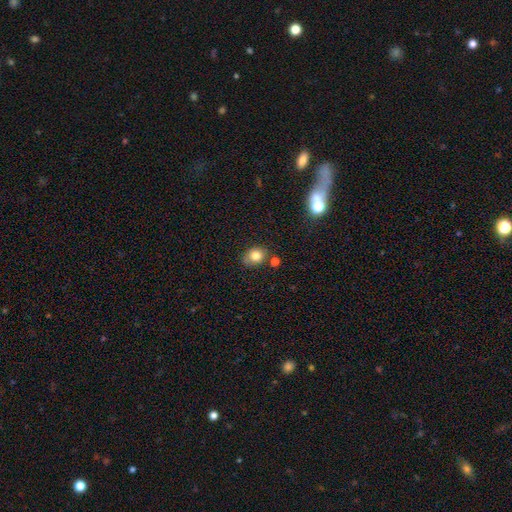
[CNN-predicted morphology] This appears to be a smooth galaxy with no disk features (80%) that is round (50%). Merging: none (71%).